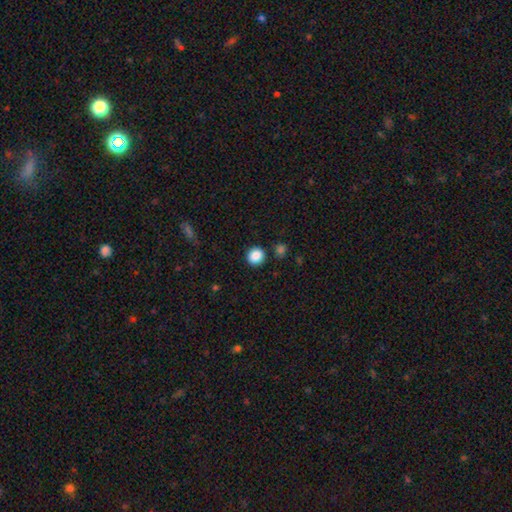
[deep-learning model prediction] Morphology: type=smooth (87%); roundness=round (90%); merging=none (89%).